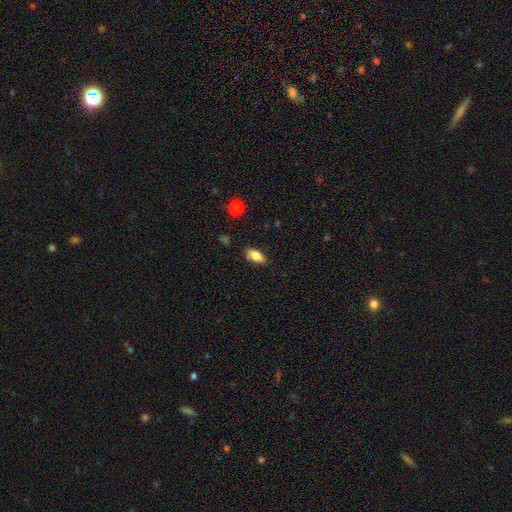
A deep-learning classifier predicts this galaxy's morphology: type=smooth (78%); roundness=in between (86%); merging=none (82%).